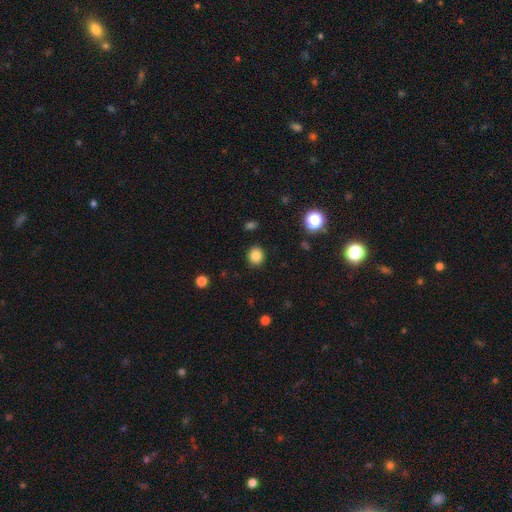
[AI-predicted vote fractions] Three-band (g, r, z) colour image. It shows a smooth galaxy with no disk features (84%) that is round (80%). Merging: none (90%).